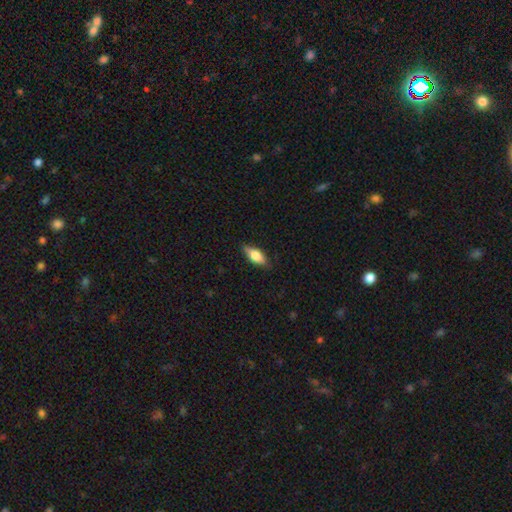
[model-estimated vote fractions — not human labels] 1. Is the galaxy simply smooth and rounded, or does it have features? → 65% smooth, 28% featured or disk, 7% star or artifact.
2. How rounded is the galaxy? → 77% in between, 20% cigar-shaped, 4% round.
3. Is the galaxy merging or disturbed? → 82% none, 14% minor disturbance, 3% major disturbance, 1% merger.